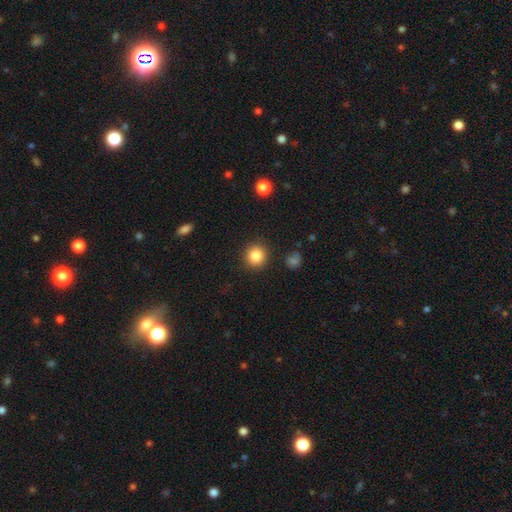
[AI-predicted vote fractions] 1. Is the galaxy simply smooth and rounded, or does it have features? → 85% smooth, 10% star or artifact, 5% featured or disk.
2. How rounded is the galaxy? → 92% round, 7% in between, 1% cigar-shaped.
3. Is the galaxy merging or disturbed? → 90% none, 6% minor disturbance, 2% major disturbance, 2% merger.